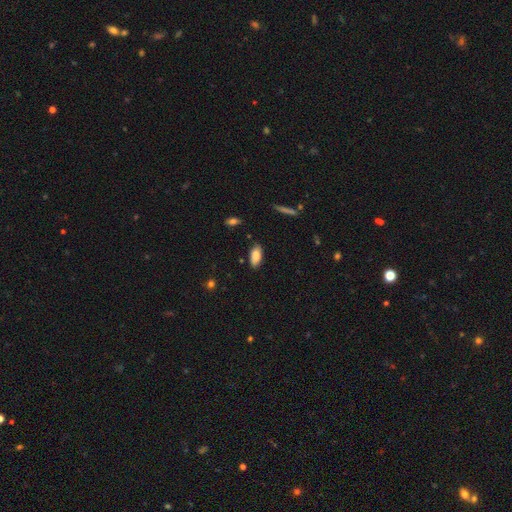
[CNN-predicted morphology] Smooth or featured?
  - smooth: 87% *
  - star or artifact: 7%
  - featured or disk: 6%
How rounded?
  - in between: 89% *
  - cigar-shaped: 9%
  - round: 2%
Merging?
  - none: 83% *
  - minor disturbance: 13%
  - major disturbance: 2%
  - merger: 2%